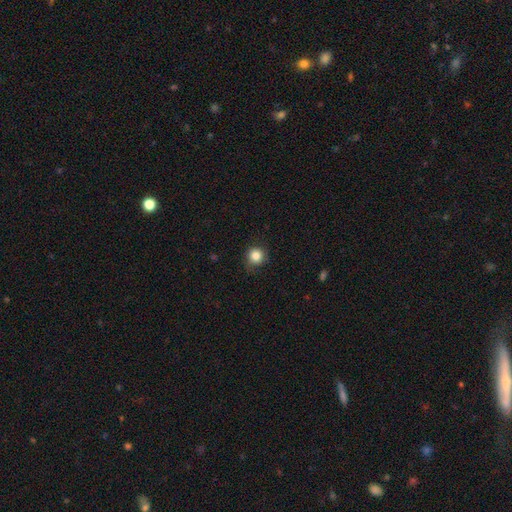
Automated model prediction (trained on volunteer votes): Smooth or featured? smooth (84%)
How rounded? round (90%)
Merging? none (74%)